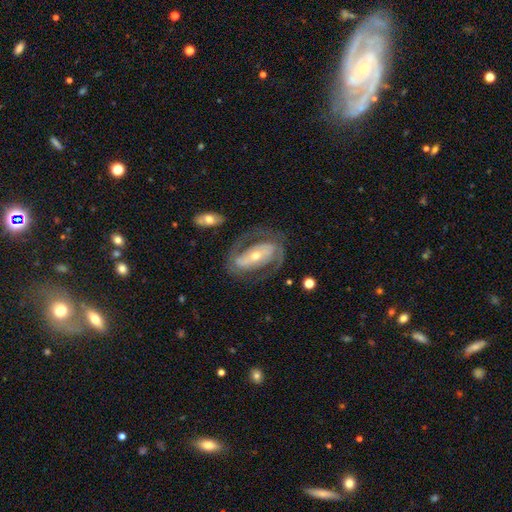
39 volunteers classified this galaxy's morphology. Overall: featured or disk (87%). Edge-on disk: no (94%). Bar: strong (56%; no 28%). Spiral arms: yes (91%). Spiral arm count: 2 (90%). Spiral winding: medium (55%; tight 34%). Bulge size: small (59%; moderate 38%). Merging: none (73%).